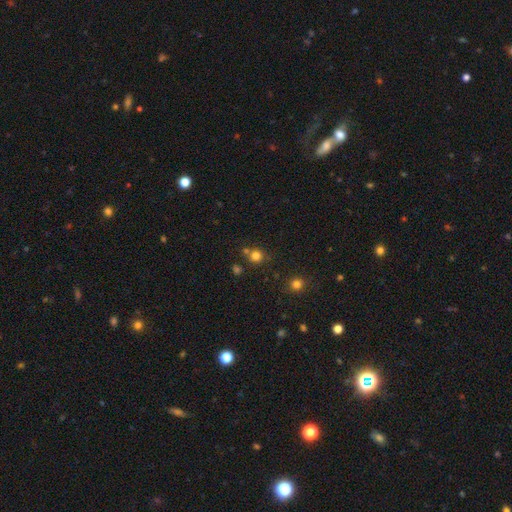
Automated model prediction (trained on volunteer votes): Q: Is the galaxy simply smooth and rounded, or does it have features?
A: smooth — 77%.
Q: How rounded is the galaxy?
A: round — 90%.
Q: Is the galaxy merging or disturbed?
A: none — 69%.